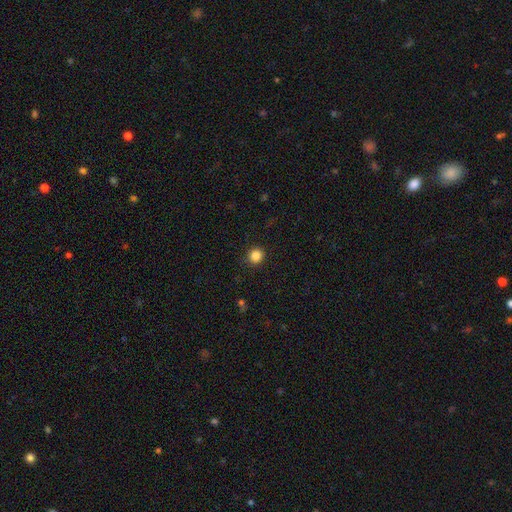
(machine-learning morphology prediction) Smooth or featured: smooth — 85% (star or artifact — 11%)
How rounded: round — 91% (in between — 8%)
Merging: none — 91% (minor disturbance — 6%)